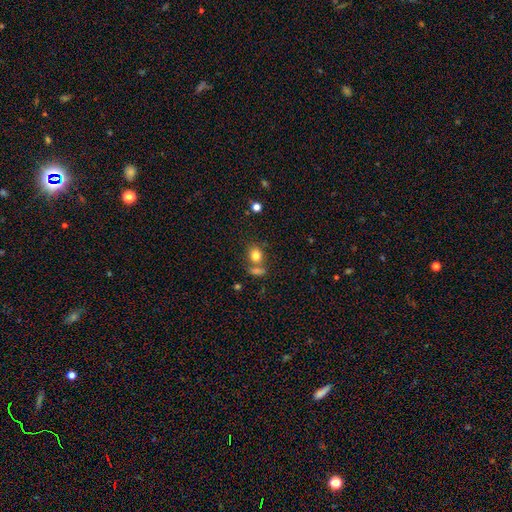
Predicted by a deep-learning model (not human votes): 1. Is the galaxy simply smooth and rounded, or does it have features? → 80% smooth, 11% star or artifact, 8% featured or disk.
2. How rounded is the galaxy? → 56% round, 42% in between, 2% cigar-shaped.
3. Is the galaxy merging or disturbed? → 57% none, 26% merger, 12% minor disturbance, 5% major disturbance.